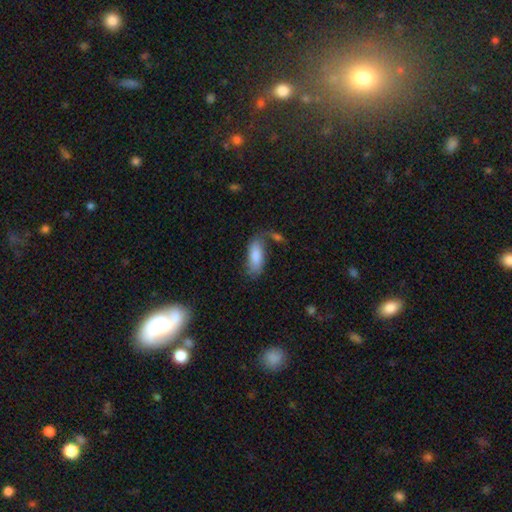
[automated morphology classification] type=smooth (81%); roundness=in between (83%); merging=none (52%).